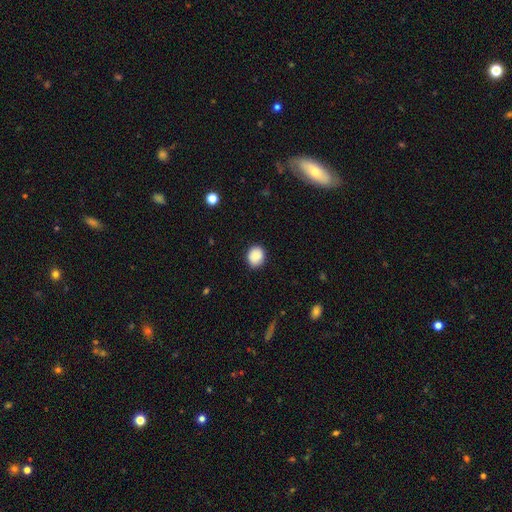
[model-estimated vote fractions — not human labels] Smooth or featured? Predicted: smooth (p=0.88). How rounded? Predicted: round (p=0.67). Merging? Predicted: none (p=0.87).